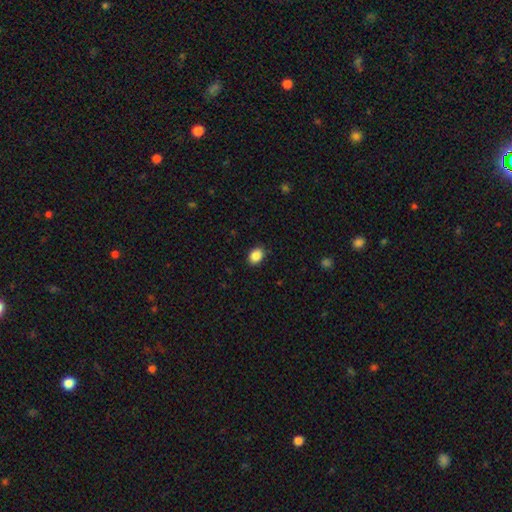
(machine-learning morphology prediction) Smooth or featured?
  - smooth: 88% *
  - star or artifact: 8%
  - featured or disk: 3%
How rounded?
  - in between: 68% *
  - round: 31%
  - cigar-shaped: 1%
Merging?
  - none: 88% *
  - minor disturbance: 8%
  - major disturbance: 2%
  - merger: 1%